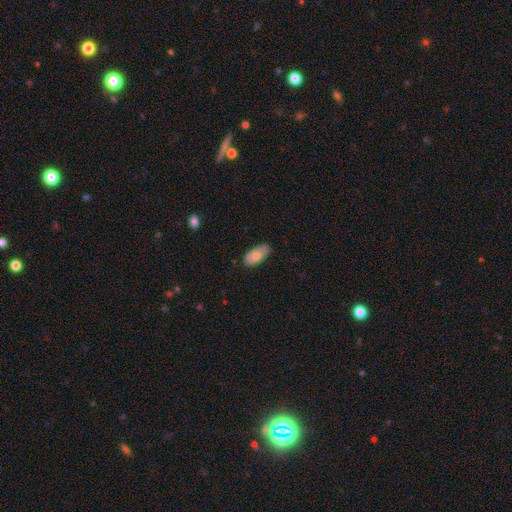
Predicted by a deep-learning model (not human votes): This is likely a smooth galaxy (69%). How rounded: clearly in between (92%). Merging: likely none (77%).